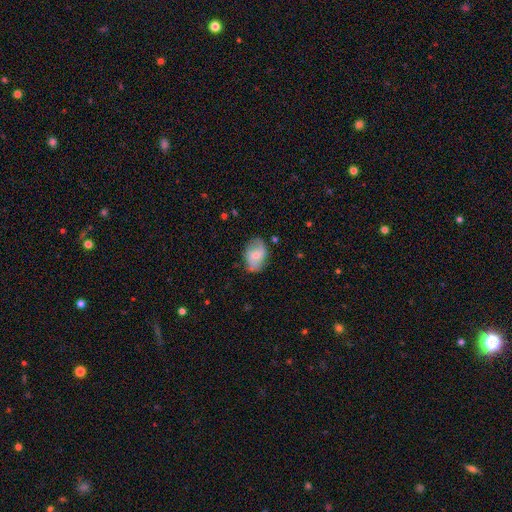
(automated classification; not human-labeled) smooth 52%, featured or disk 41%, star or artifact 7%. Down the decision tree: how rounded — in between (81%); merging — none (67%).